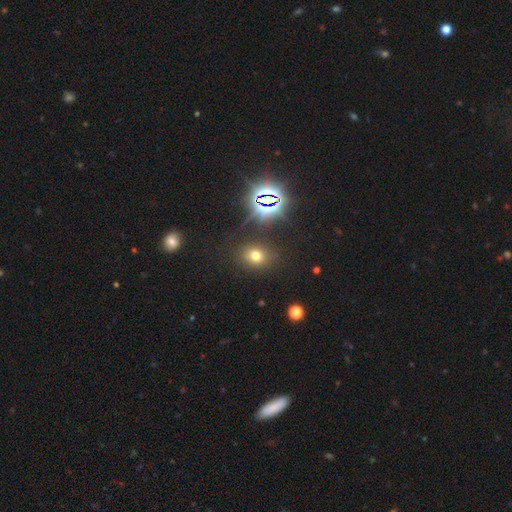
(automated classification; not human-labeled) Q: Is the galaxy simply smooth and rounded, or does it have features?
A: smooth — 63%.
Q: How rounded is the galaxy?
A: round — 61%.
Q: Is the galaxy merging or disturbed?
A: none — 83%.